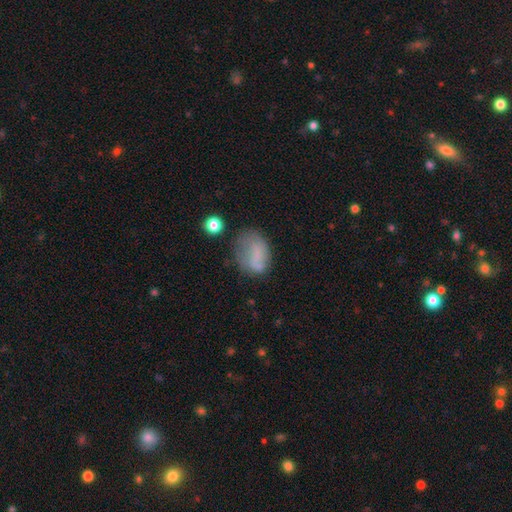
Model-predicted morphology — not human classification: Smooth or featured: smooth — 64% (featured or disk — 25%)
How rounded: in between — 78% (round — 20%)
Merging: none — 45% (minor disturbance — 29%)